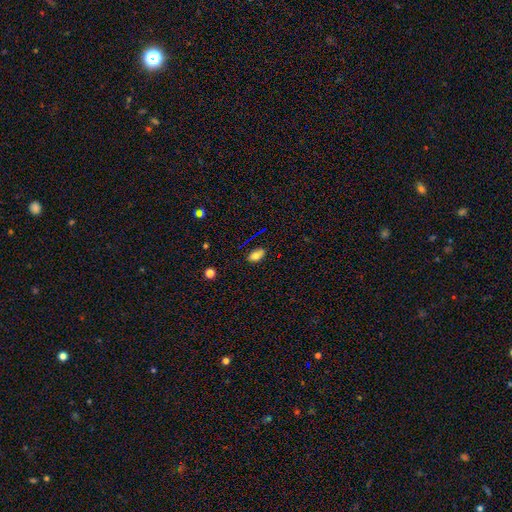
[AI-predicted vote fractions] Smooth or featured? smooth (77%)
How rounded? in between (89%)
Merging? none (75%)